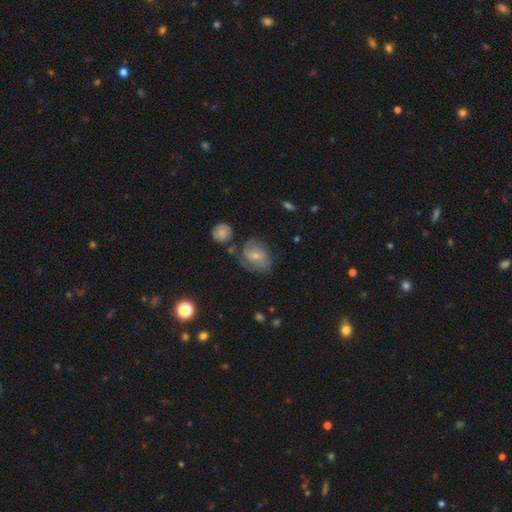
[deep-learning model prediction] Smooth or featured? featured or disk (59%)
Edge-on disk? no (97%)
Bar? no (59%)
Spiral arms? yes (82%)
Bulge size? small (59%)
Merging? none (53%)